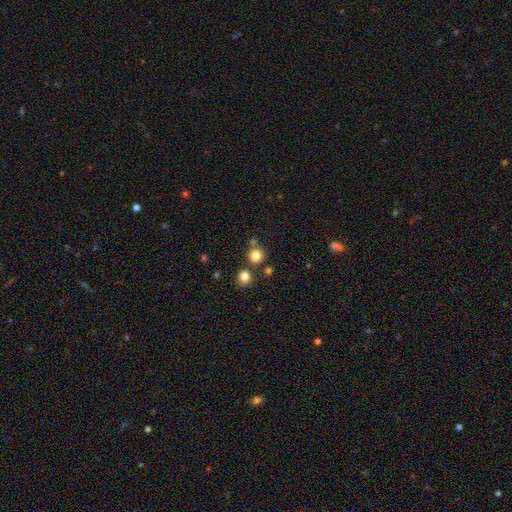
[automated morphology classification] The model was most divided on "merging": none: 75%, merger: 14%, minor disturbance: 8%, major disturbance: 3%. More confident: how rounded — round (91%); smooth or featured — smooth (80%).